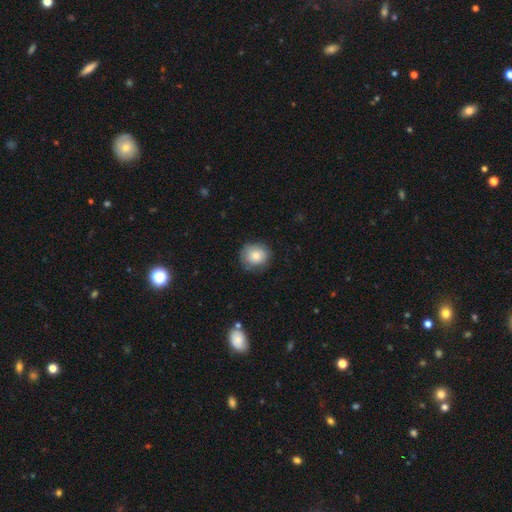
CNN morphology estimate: Overall: smooth (80%). How rounded: round (85%). Merging: none (79%).